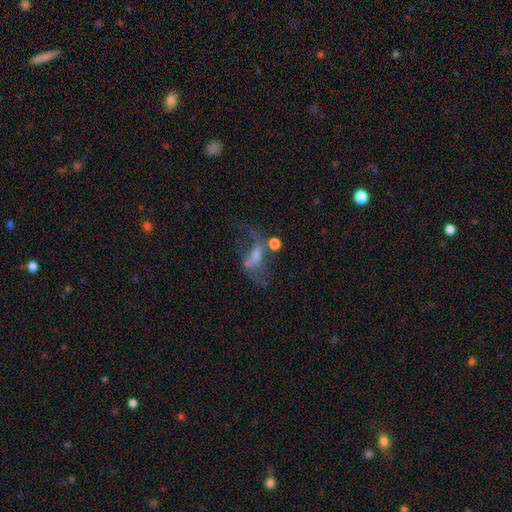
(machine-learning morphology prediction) This appears to be a featured or disk galaxy (64%) with a weak bar (43%), spiral arms (68%) and a small central bulge (35%). Merging: none (37%).